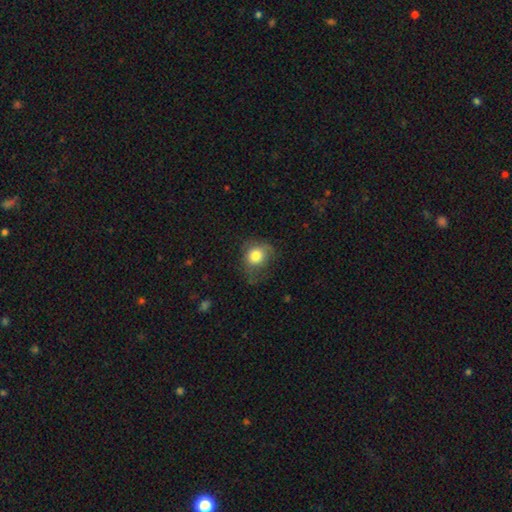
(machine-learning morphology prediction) A smooth galaxy with no disk features (78%) that is round (68%). Merging: none (48%).